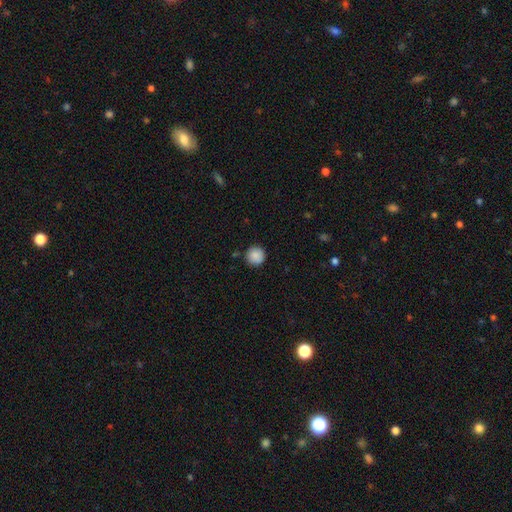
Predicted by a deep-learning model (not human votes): A smooth galaxy with no disk features (89%) that is round (95%).

Vote fractions:
- Smooth or featured? smooth: 89% / star or artifact: 8% / featured or disk: 3%
- How rounded? round: 95% / in between: 4% / cigar-shaped: 1%
- Merging? none: 89% / minor disturbance: 7% / major disturbance: 2% / merger: 2%